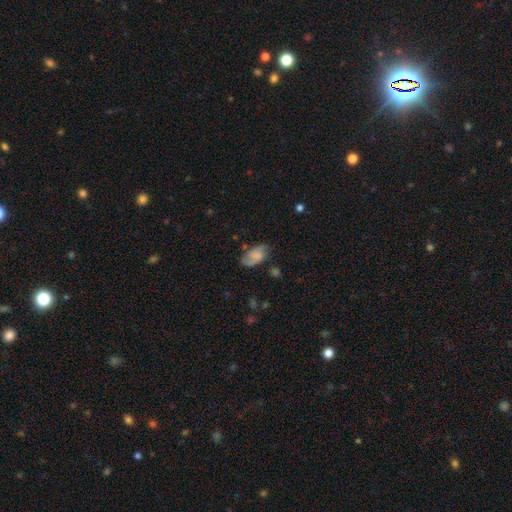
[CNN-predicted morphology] Smooth or featured? Predicted: smooth (p=0.47). Merging? Predicted: none (p=0.62).